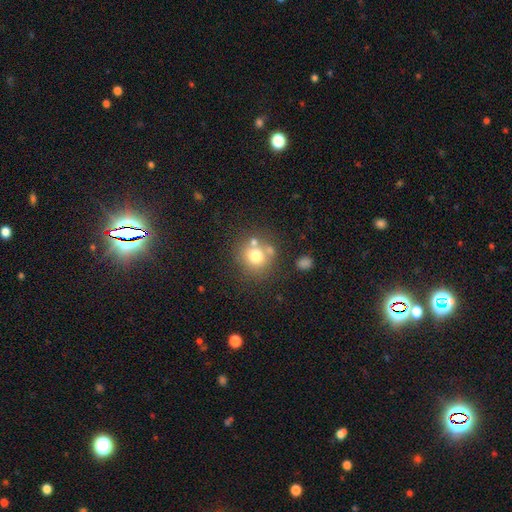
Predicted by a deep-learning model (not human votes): smooth 71%, featured or disk 16%, star or artifact 13%. Down the decision tree: how rounded — round (86%); merging — none (62%).